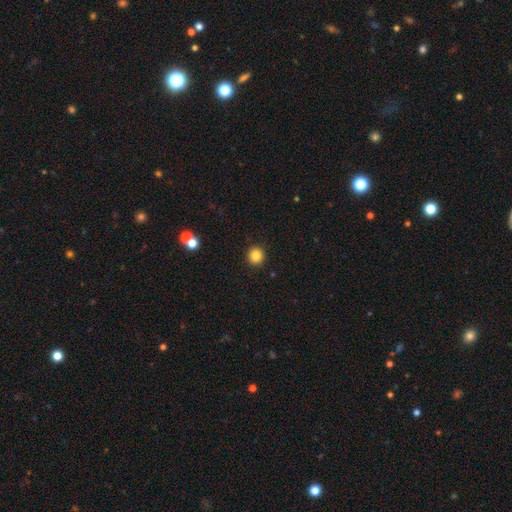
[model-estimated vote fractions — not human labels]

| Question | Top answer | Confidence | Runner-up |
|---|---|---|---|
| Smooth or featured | smooth | 84% | star or artifact (11%) |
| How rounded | round | 91% | in between (8%) |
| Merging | none | 91% | minor disturbance (5%) |